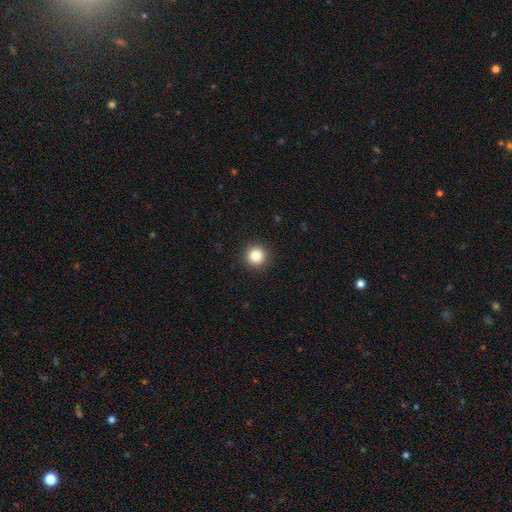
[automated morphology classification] smooth 84%, star or artifact 10%, featured or disk 6%. Down the decision tree: how rounded — round (96%); merging — none (92%).